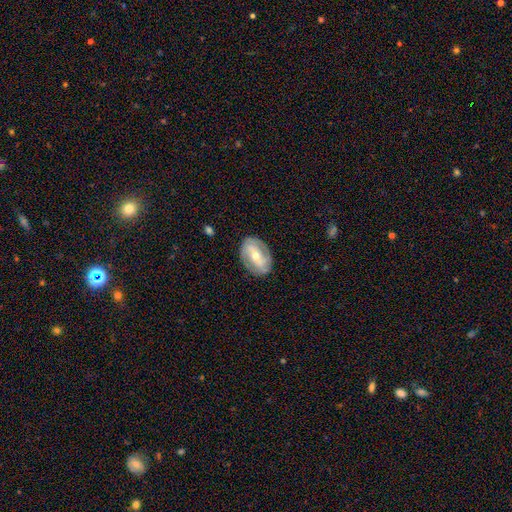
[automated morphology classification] This appears to be a featured or disk galaxy (68%) with a weak bar (34%, tied with strong), spiral arms (72%) and a moderate central bulge (54%). Merging: none (80%).